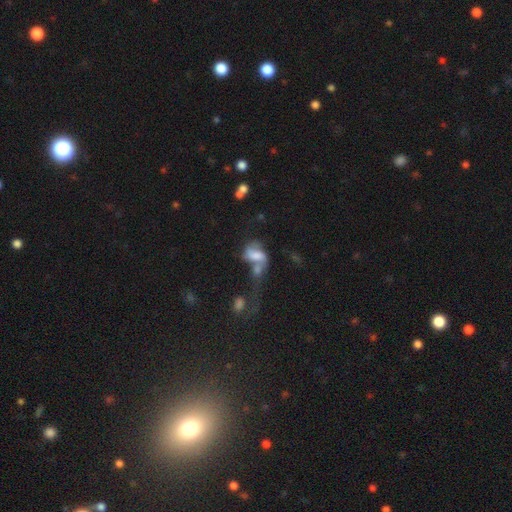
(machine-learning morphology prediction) Overall: smooth (45%, tied with featured or disk). Merging: merger (52%; major disturbance 23%).